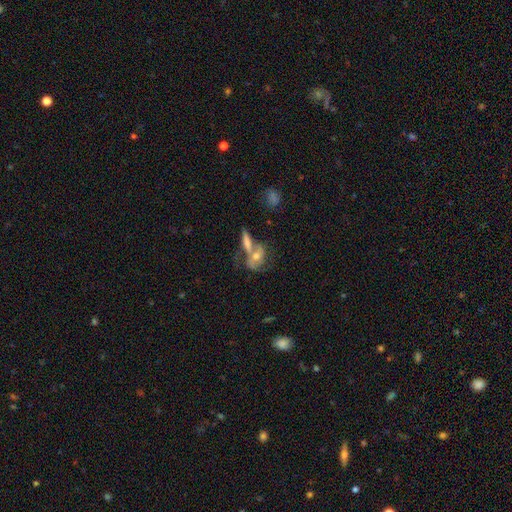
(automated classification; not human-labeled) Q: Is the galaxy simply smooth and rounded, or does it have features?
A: featured or disk — 58%.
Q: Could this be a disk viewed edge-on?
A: no — 84%.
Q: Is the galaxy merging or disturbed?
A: merger — 43%.